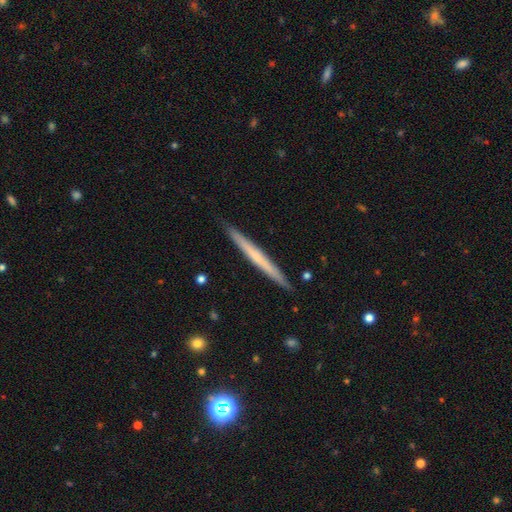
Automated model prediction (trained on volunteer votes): featured or disk 50%, smooth 45%, star or artifact 5%. Down the decision tree: edge-on disk — yes (97%); merging — none (91%).